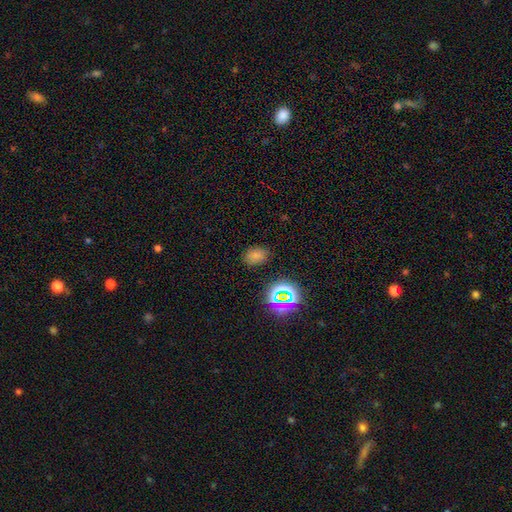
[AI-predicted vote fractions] Overall: smooth (71%). How rounded: in between (78%). Merging: none (82%).